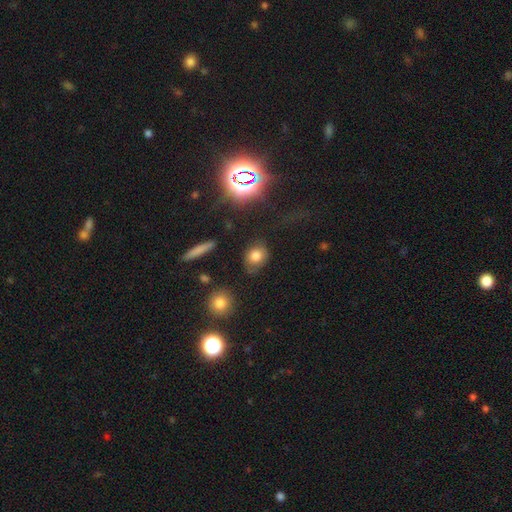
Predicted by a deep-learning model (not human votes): Smooth or featured? Predicted: smooth (p=0.76). How rounded? Predicted: round (p=0.56). Merging? Predicted: none (p=0.69).